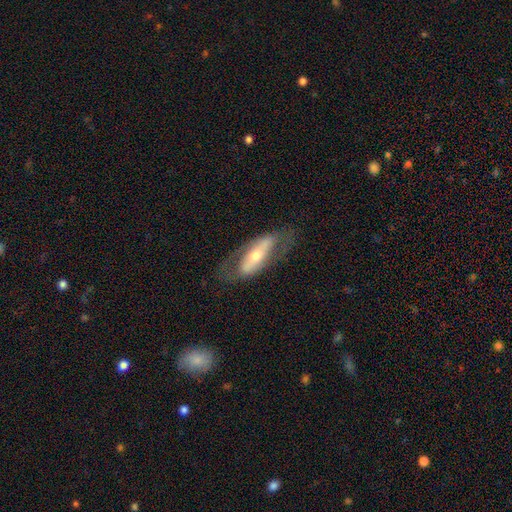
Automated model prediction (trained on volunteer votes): Morphology: type=featured or disk (65%); edge-on=no (77%); merging=none (66%).